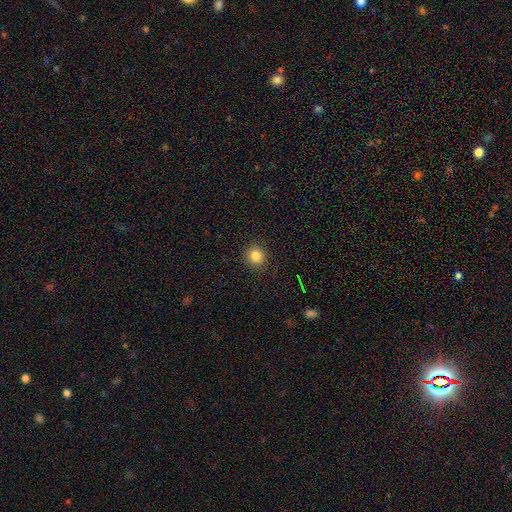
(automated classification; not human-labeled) smooth-or-featured: smooth: 84% | star or artifact: 12% | featured or disk: 5%
  how-rounded: round: 90% | in between: 9% | cigar-shaped: 1%
  merging: none: 90% | minor disturbance: 7% | major disturbance: 2% | merger: 1%